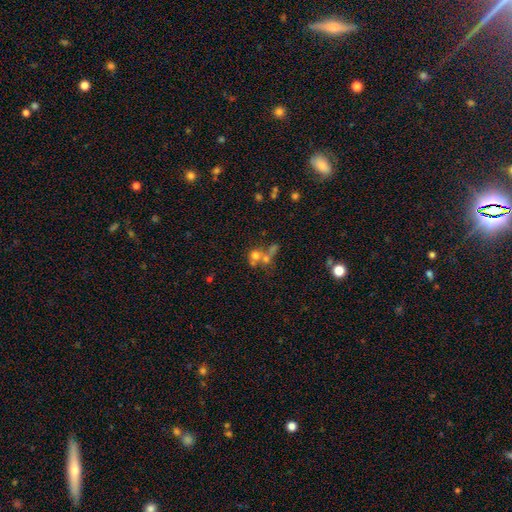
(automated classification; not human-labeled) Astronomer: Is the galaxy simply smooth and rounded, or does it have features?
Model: smooth — 56%.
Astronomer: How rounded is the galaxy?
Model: round — 77%.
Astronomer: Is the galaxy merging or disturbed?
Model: merger — 55%.